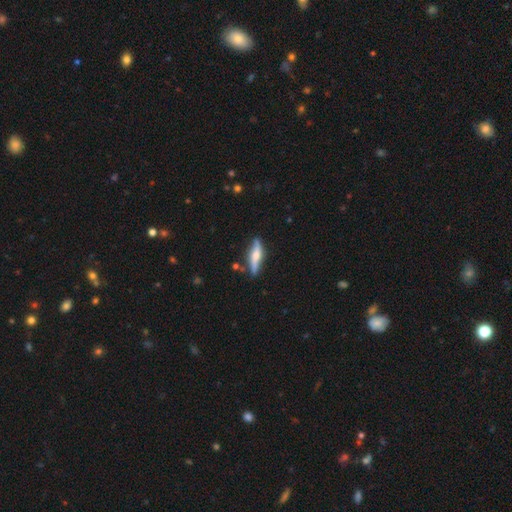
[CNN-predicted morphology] The model was most divided on "smooth or featured": featured or disk: 58%, smooth: 37%, star or artifact: 6%. More confident: edge-on disk — yes (86%); merging — none (78%).